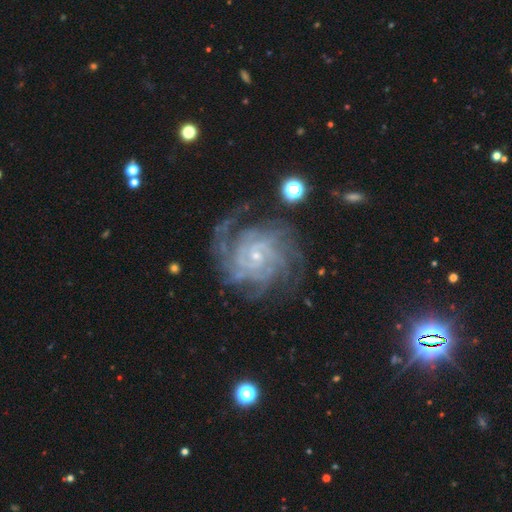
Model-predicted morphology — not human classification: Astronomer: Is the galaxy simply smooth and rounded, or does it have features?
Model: featured or disk — 91%.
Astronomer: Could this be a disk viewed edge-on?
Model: no — 98%.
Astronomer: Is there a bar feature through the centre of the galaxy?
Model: no — 67%.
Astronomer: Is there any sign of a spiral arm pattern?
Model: yes — 98%.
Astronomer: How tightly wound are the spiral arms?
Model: tight — 73%.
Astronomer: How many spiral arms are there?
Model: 4 — 26% (runner-up: can't tell, 19%).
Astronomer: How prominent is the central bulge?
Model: small — 83%.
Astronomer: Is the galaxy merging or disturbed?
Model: none — 72%.